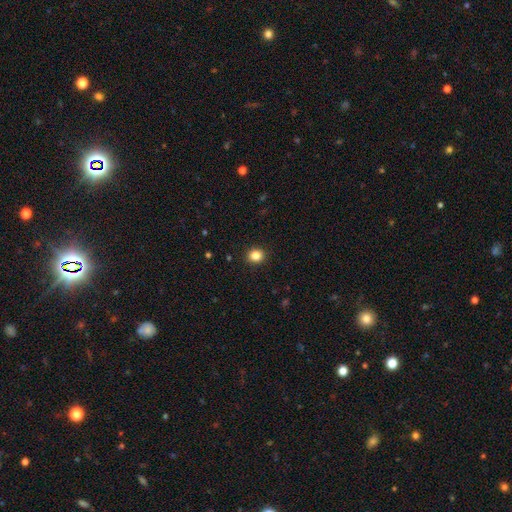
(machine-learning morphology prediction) Smooth or featured? smooth (85%)
How rounded? round (79%)
Merging? none (92%)